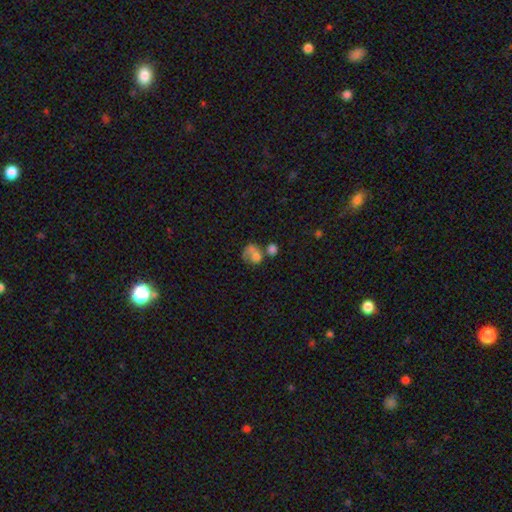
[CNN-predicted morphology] Smooth or featured?
  - smooth: 64% *
  - featured or disk: 25%
  - star or artifact: 11%
How rounded?
  - round: 61% *
  - in between: 38%
  - cigar-shaped: 1%
Merging?
  - merger: 36% *
  - none: 26%
  - major disturbance: 22%
  - minor disturbance: 15%